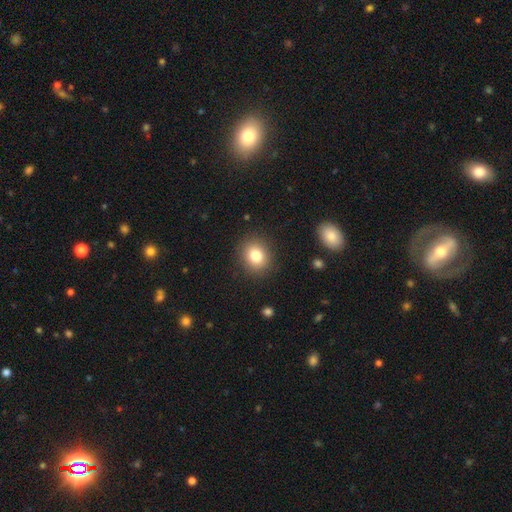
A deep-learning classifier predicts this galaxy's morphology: This appears to be a smooth galaxy with no disk features (81%) that is round (67%). Merging: none (89%).